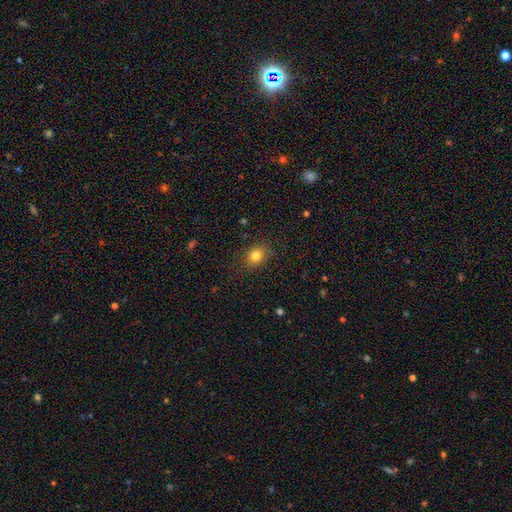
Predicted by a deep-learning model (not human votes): smooth-or-featured: smooth: 82% | star or artifact: 12% | featured or disk: 7%
  how-rounded: round: 54% | in between: 45% | cigar-shaped: 1%
  merging: none: 84% | minor disturbance: 12% | major disturbance: 3% | merger: 1%